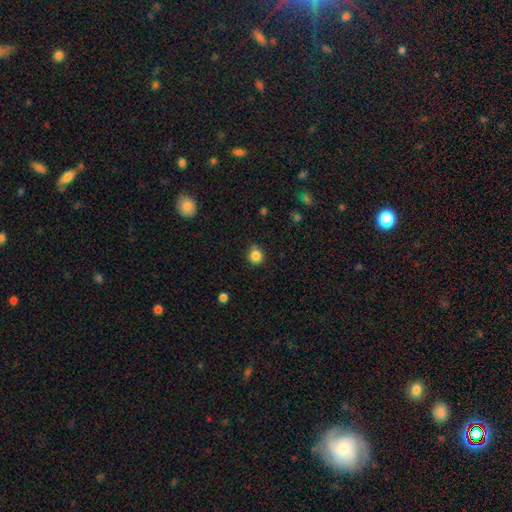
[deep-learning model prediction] This appears to be a smooth galaxy with no disk features (85%) that is round (90%). Merging: none (79%).